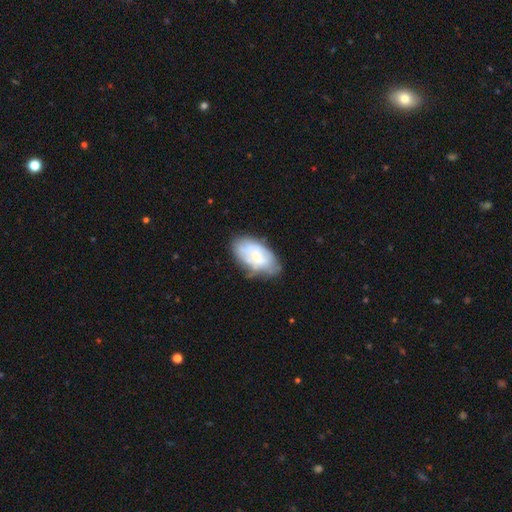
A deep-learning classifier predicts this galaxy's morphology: Q: Smooth or featured?
A: smooth (53%); runner-up: featured or disk (39%)
Q: How rounded?
A: in between (94%); runner-up: round (4%)
Q: Merging?
A: none (57%); runner-up: minor disturbance (29%)